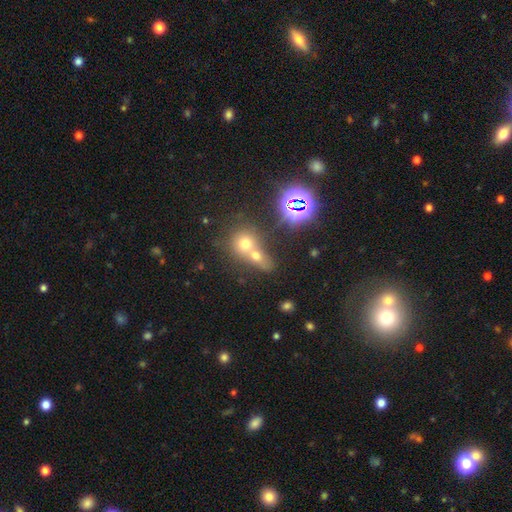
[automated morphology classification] smooth_or_featured: smooth (p=0.58) [alt: star or artifact p=0.25]
how_rounded: round (p=0.63) [alt: in between p=0.34]
merging: merger (p=0.63) [alt: none p=0.27]